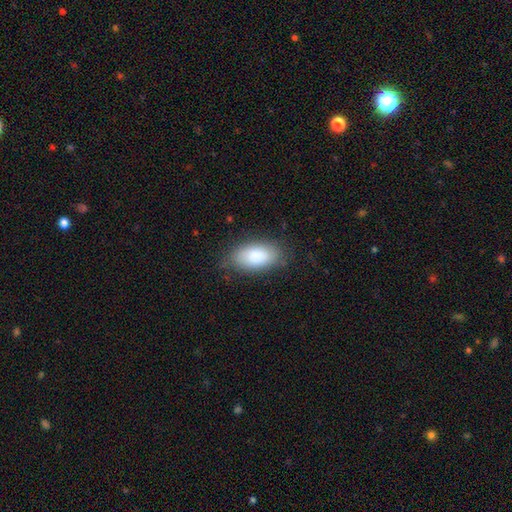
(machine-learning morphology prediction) The model was most divided on "merging": none: 77%, minor disturbance: 17%, major disturbance: 4%, merger: 1%. More confident: how rounded — in between (94%); smooth or featured — smooth (85%).